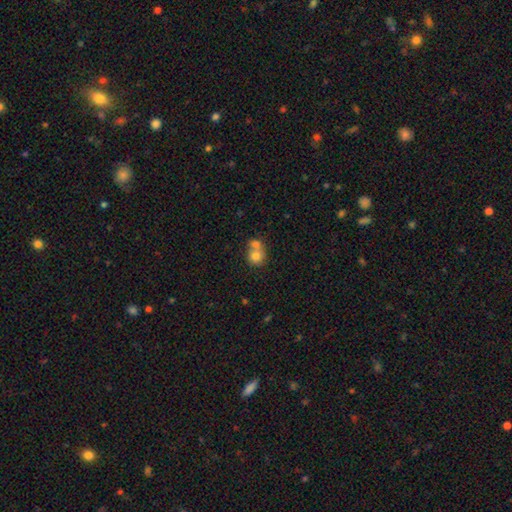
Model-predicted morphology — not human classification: Q: Smooth or featured?
A: smooth (75%); runner-up: featured or disk (16%)
Q: How rounded?
A: round (77%); runner-up: in between (22%)
Q: Merging?
A: merger (60%); runner-up: none (29%)